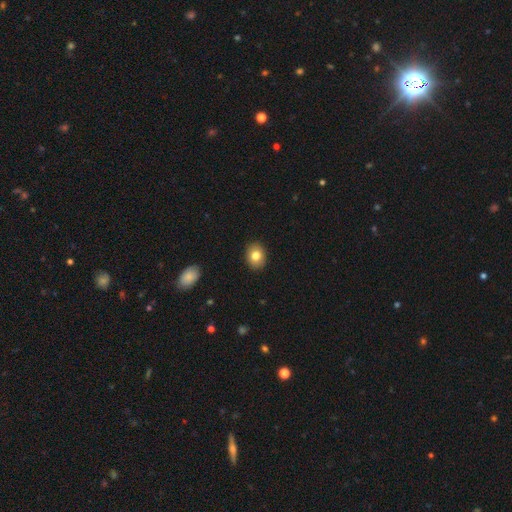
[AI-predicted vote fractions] smooth 81%, featured or disk 11%, star or artifact 9%. Down the decision tree: how rounded — in between (52%); merging — none (90%).